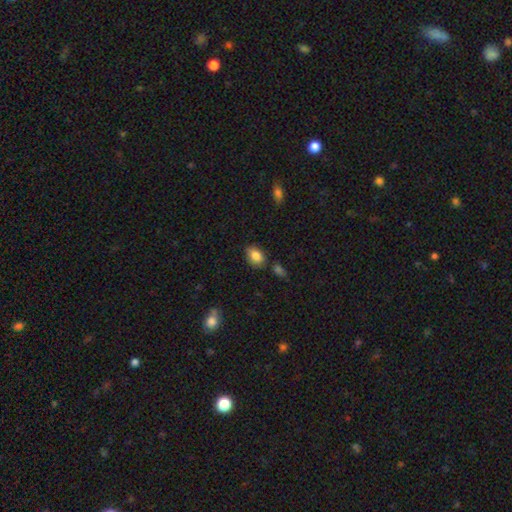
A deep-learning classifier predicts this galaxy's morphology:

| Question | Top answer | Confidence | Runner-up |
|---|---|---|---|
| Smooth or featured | smooth | 85% | star or artifact (8%) |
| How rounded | in between | 81% | round (17%) |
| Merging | none | 76% | minor disturbance (16%) |